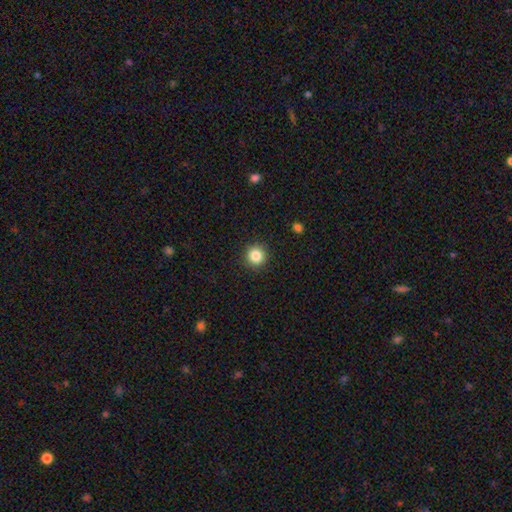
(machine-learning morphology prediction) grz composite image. It shows a smooth galaxy with no disk features (84%) that is round (94%). Merging: none (92%).